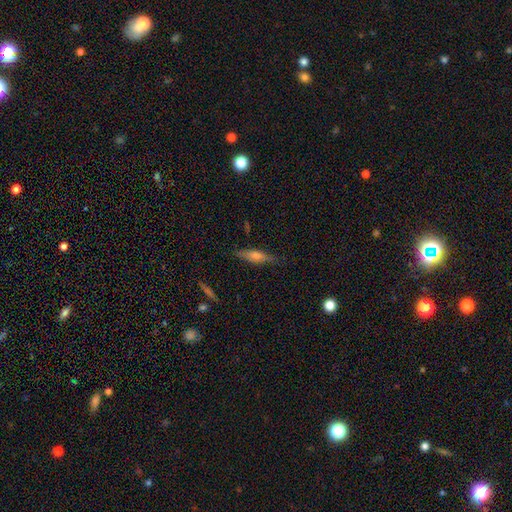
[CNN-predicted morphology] featured or disk 50%, smooth 40%, star or artifact 9%. Down the decision tree: edge-on disk — yes (92%); merging — none (83%).